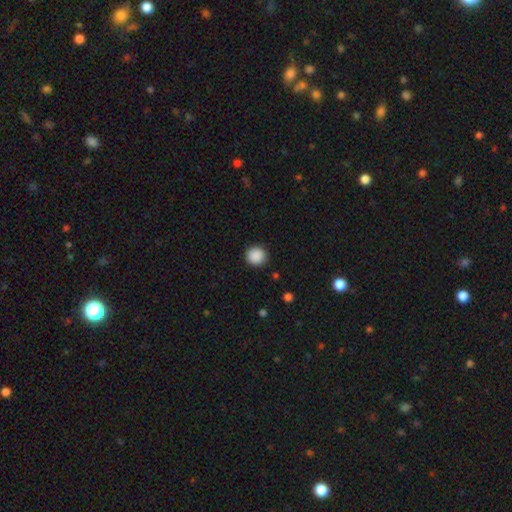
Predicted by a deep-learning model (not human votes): A smooth galaxy with no disk features (89%) that is round (89%).

Vote fractions:
- Smooth or featured? smooth: 89% / star or artifact: 9% / featured or disk: 2%
- How rounded? round: 89% / in between: 10% / cigar-shaped: 1%
- Merging? none: 91% / minor disturbance: 6% / major disturbance: 2% / merger: 1%